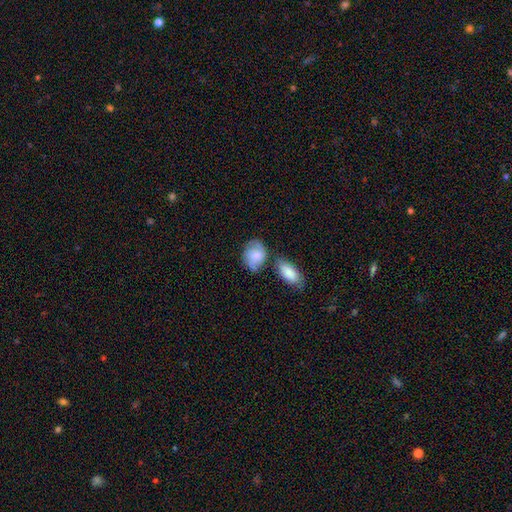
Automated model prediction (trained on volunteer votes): Morphology: type=smooth (64%); roundness=in between (66%); merging=none (52%).